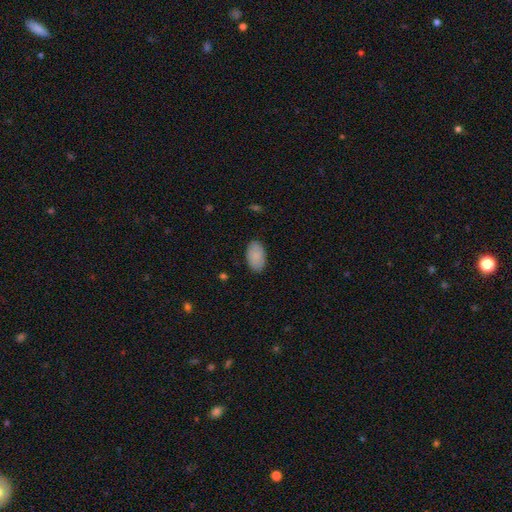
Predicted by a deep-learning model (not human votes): Smooth or featured: smooth — 88% (star or artifact — 6%)
How rounded: in between — 94% (round — 5%)
Merging: none — 87% (minor disturbance — 10%)